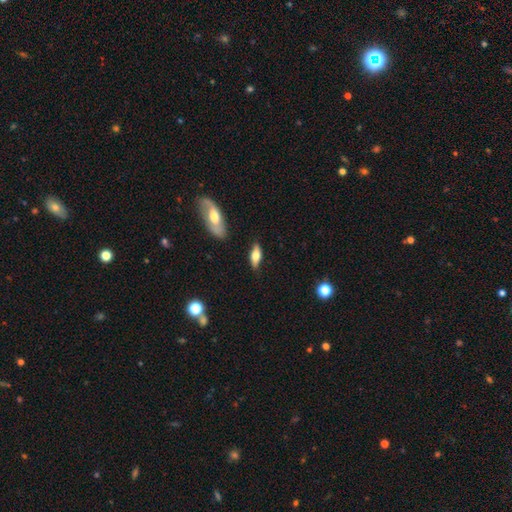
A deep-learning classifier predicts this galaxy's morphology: A smooth galaxy with no disk features (58%) that is in between round and cigar-shaped (69%). Merging: none (81%).